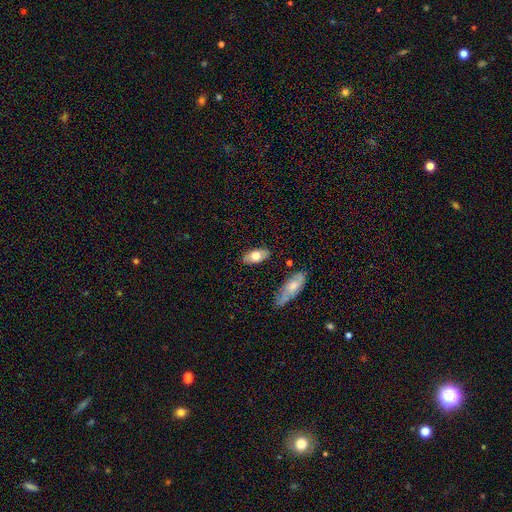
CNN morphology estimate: smooth_or_featured: smooth (p=0.67) [alt: featured or disk p=0.26]
how_rounded: in between (p=0.91) [alt: cigar-shaped p=0.05]
merging: none (p=0.83) [alt: minor disturbance p=0.12]